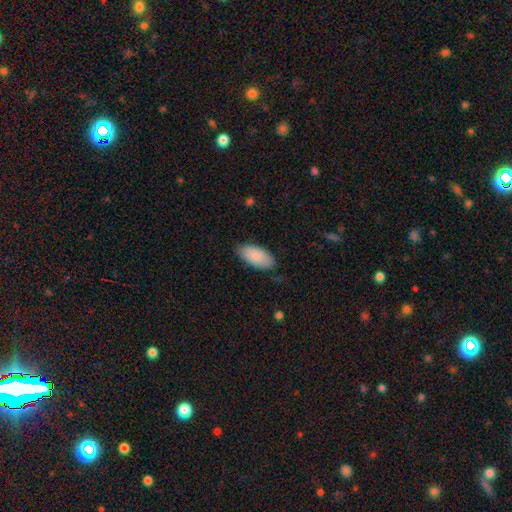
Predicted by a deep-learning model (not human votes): Smooth or featured? smooth (87%)
How rounded? in between (94%)
Merging? none (82%)